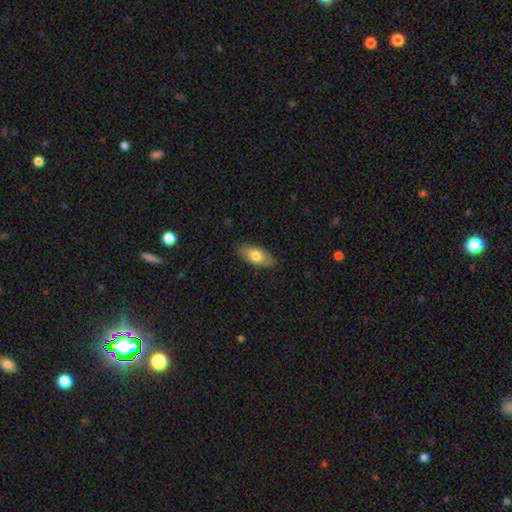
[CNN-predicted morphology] A smooth galaxy with no disk features (74%) that is in between round and cigar-shaped (86%).

Vote fractions:
- Smooth or featured? smooth: 74% / featured or disk: 20% / star or artifact: 6%
- How rounded? in between: 86% / cigar-shaped: 11% / round: 3%
- Merging? none: 86% / minor disturbance: 11% / major disturbance: 2% / merger: 1%